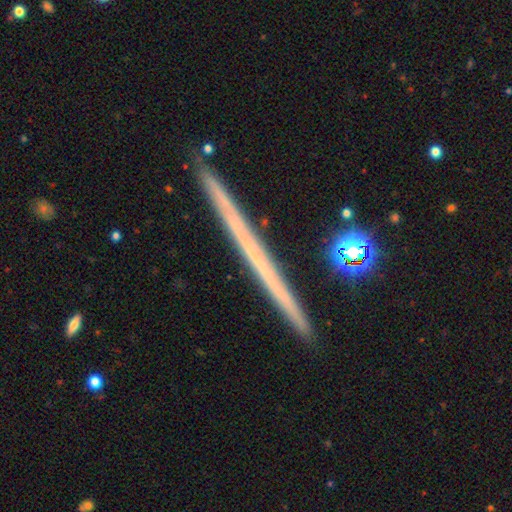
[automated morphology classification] A featured or disk galaxy (62%) viewed edge-on (98%) with no central bulge (94%).

Vote fractions:
- Smooth or featured? featured or disk: 62% / smooth: 31% / star or artifact: 7%
- Edge-on disk? yes: 98% / no: 2%
- Edge-on bulge? none: 94% / rounded: 4% / boxy: 2%
- Merging? none: 91% / minor disturbance: 6% / merger: 2% / major disturbance: 1%